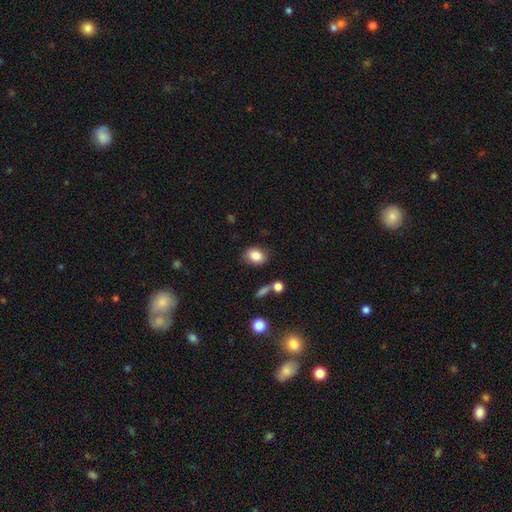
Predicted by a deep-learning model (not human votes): Smooth or featured?
  - smooth: 85% *
  - star or artifact: 8%
  - featured or disk: 7%
How rounded?
  - in between: 70% *
  - round: 28%
  - cigar-shaped: 1%
Merging?
  - none: 77% *
  - minor disturbance: 15%
  - merger: 4%
  - major disturbance: 4%